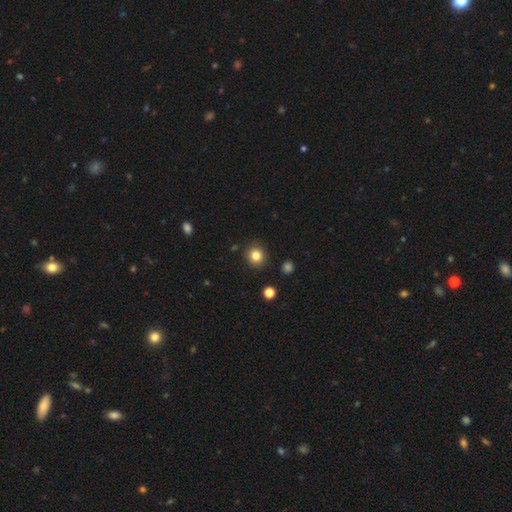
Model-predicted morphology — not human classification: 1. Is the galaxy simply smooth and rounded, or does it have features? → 82% smooth, 12% star or artifact, 6% featured or disk.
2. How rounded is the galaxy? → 88% round, 11% in between, 1% cigar-shaped.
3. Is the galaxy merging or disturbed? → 89% none, 7% minor disturbance, 2% major disturbance, 2% merger.